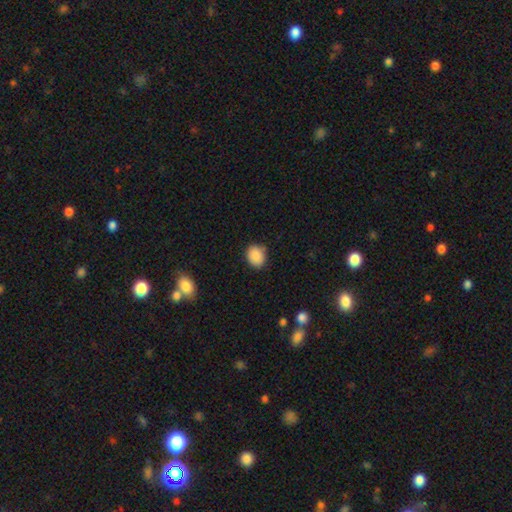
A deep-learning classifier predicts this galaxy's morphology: smooth-or-featured: smooth: 88% | star or artifact: 8% | featured or disk: 3%
  how-rounded: round: 55% | in between: 44% | cigar-shaped: 1%
  merging: none: 84% | minor disturbance: 12% | major disturbance: 3% | merger: 1%